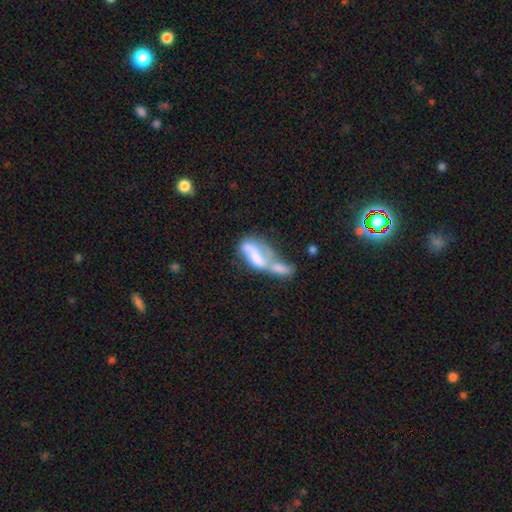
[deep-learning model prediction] Smooth or featured? smooth (53%)
How rounded? in between (82%)
Merging? merger (71%)